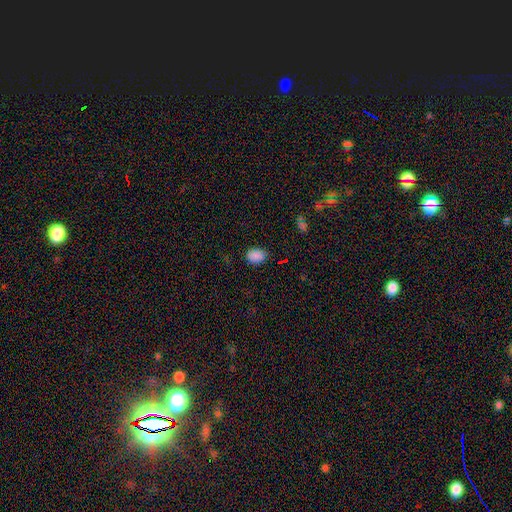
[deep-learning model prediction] A smooth galaxy with no disk features (86%) that is in between round and cigar-shaped (76%). Merging: none (80%).